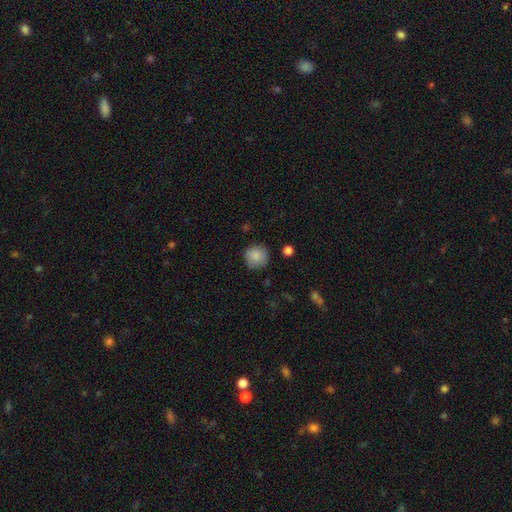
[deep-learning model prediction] A smooth galaxy with no disk features (86%) that is round (93%). Merging: none (82%).